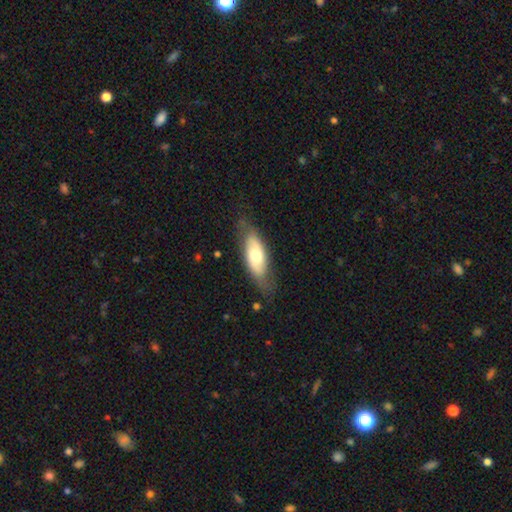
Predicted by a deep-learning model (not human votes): Morphology: type=smooth (56%); roundness=in between (75%); merging=none (68%).